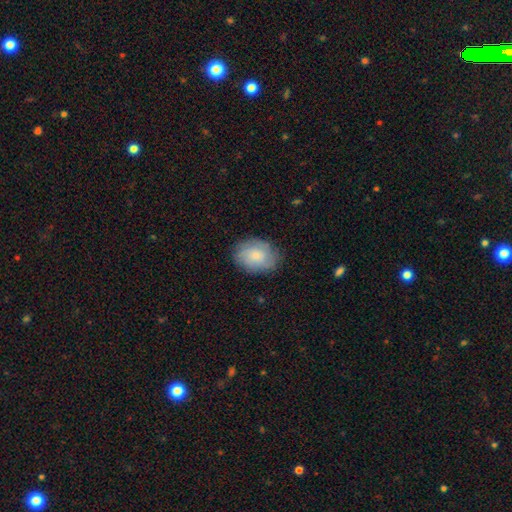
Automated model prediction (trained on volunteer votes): Smooth or featured?
  - smooth: 76% *
  - featured or disk: 18%
  - star or artifact: 7%
How rounded?
  - in between: 70% *
  - round: 29%
  - cigar-shaped: 1%
Merging?
  - none: 80% *
  - minor disturbance: 15%
  - major disturbance: 4%
  - merger: 1%